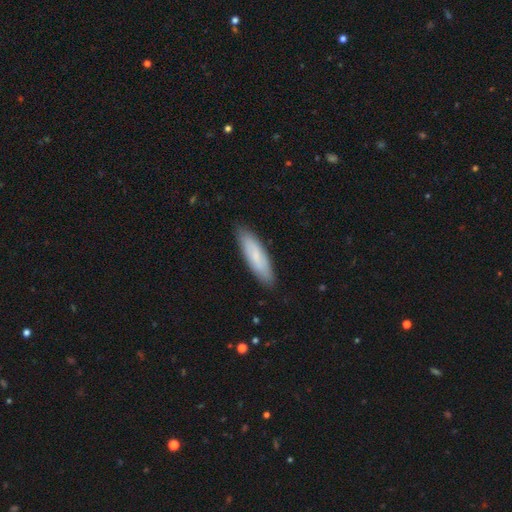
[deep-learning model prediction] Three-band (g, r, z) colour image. It shows a smooth galaxy with no disk features (71%) that is cigar-shaped (58%). Merging: none (86%).